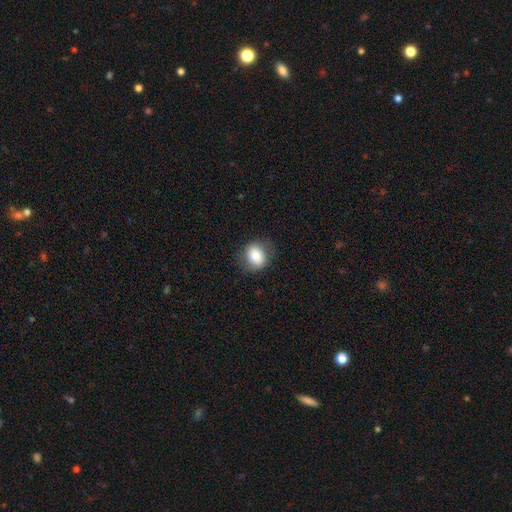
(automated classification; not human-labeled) A smooth galaxy with no disk features (78%) that is round (58%). Merging: none (79%).